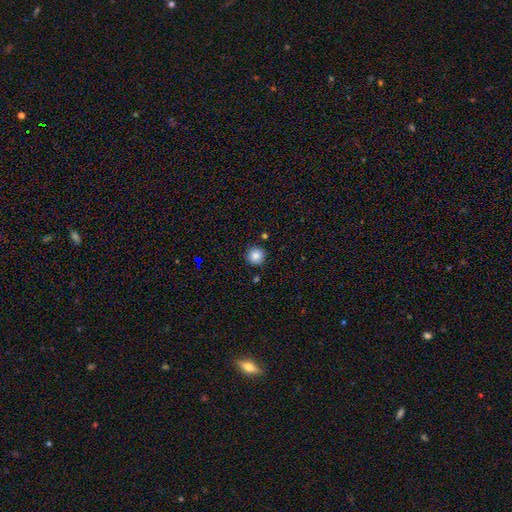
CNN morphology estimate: A smooth galaxy with no disk features (84%) that is round (95%). Merging: none (88%).